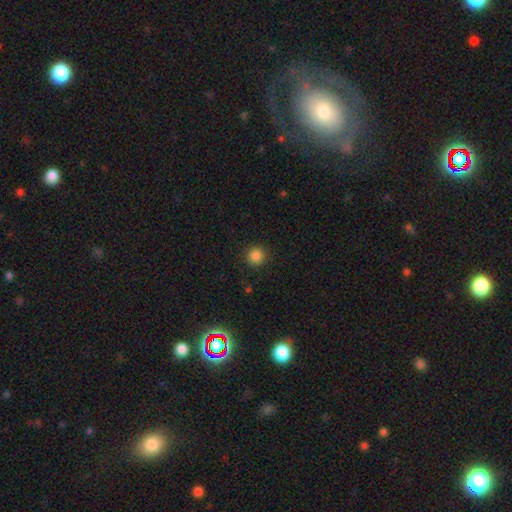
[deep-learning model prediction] A smooth galaxy with no disk features (85%) that is round (94%). Merging: none (90%).